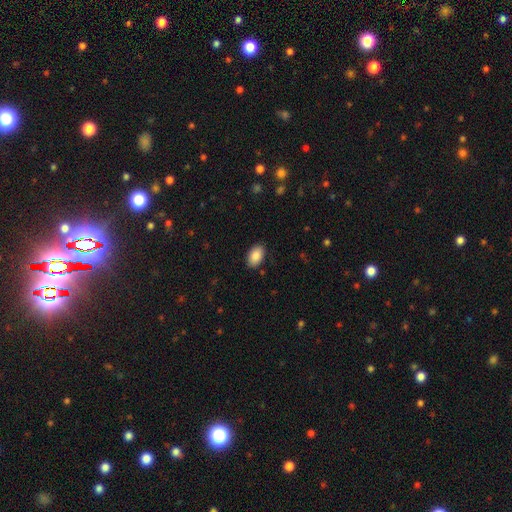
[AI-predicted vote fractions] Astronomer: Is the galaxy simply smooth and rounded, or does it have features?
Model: smooth — 89%.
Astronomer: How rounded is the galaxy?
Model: in between — 92%.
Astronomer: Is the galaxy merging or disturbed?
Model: none — 88%.